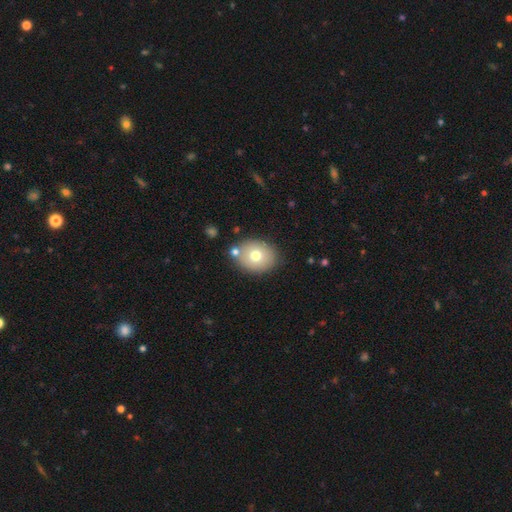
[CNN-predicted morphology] Smooth or featured? smooth (72%)
How rounded? round (51%)
Merging? none (77%)